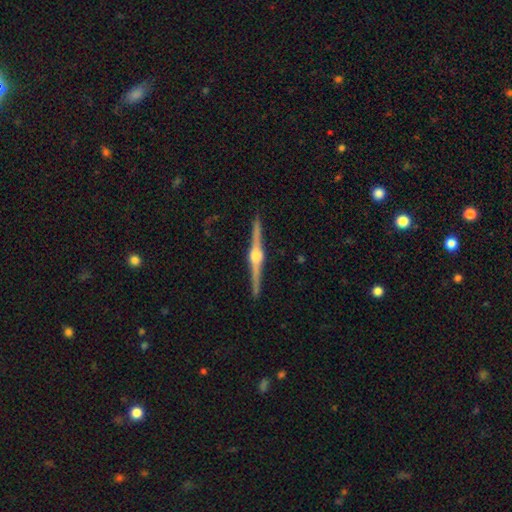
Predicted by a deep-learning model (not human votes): featured or disk 89%, smooth 6%, star or artifact 5%. Down the decision tree: edge-on disk — yes (99%); edge-on bulge — rounded (95%); merging — none (92%).